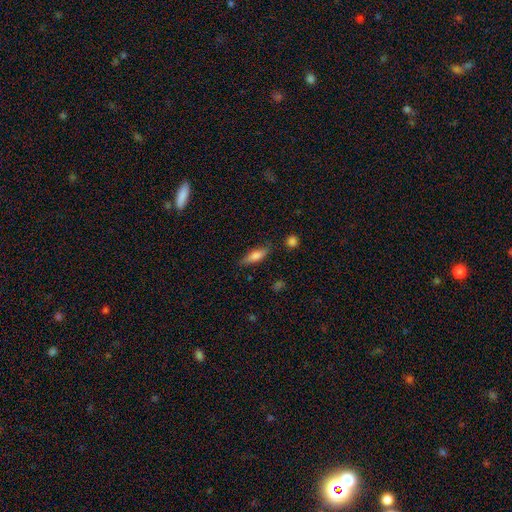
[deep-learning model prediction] smooth_or_featured: smooth (p=0.70) [alt: featured or disk p=0.23]
how_rounded: in between (p=0.49) [tied with: cigar-shaped p=0.49]
merging: none (p=0.79) [alt: minor disturbance p=0.15]